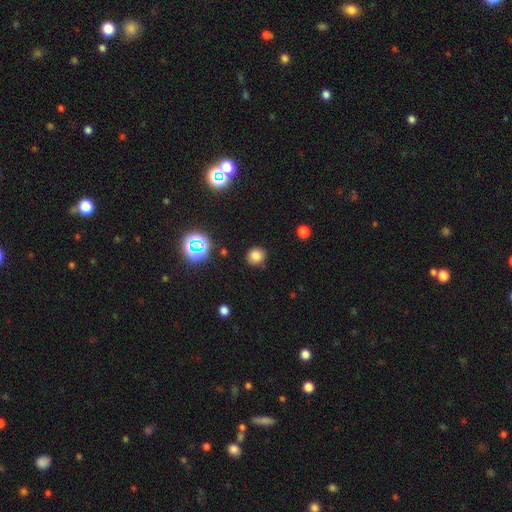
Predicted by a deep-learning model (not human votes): Smooth or featured? smooth (77%)
How rounded? round (85%)
Merging? none (86%)